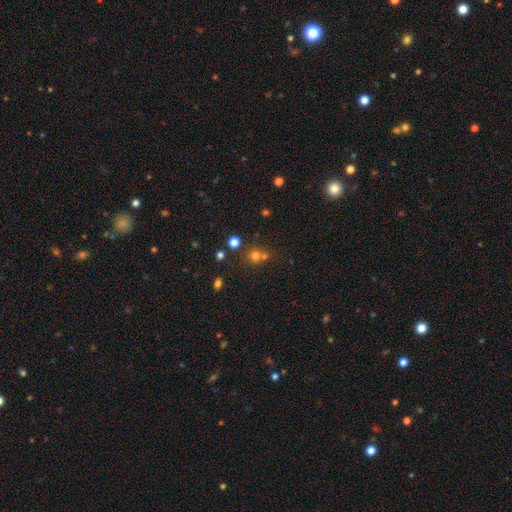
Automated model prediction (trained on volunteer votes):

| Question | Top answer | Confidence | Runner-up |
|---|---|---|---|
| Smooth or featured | smooth | 66% | star or artifact (24%) |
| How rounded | round | 87% | in between (12%) |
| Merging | none | 55% | merger (34%) |